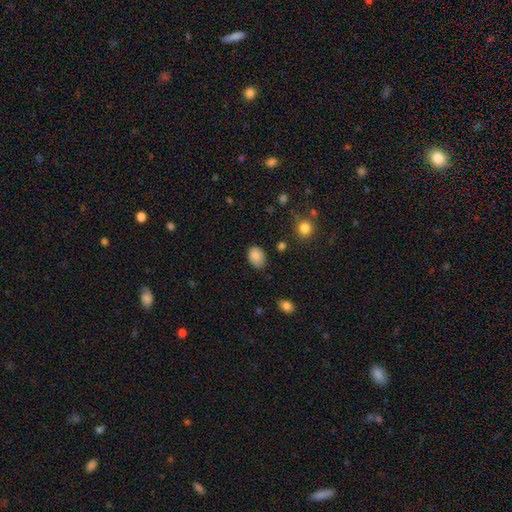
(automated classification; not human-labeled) A smooth galaxy with no disk features (86%) that is in between round and cigar-shaped (72%).

Vote fractions:
- Smooth or featured? smooth: 86% / star or artifact: 9% / featured or disk: 5%
- How rounded? in between: 72% / round: 27% / cigar-shaped: 1%
- Merging? none: 77% / minor disturbance: 18% / major disturbance: 3% / merger: 2%